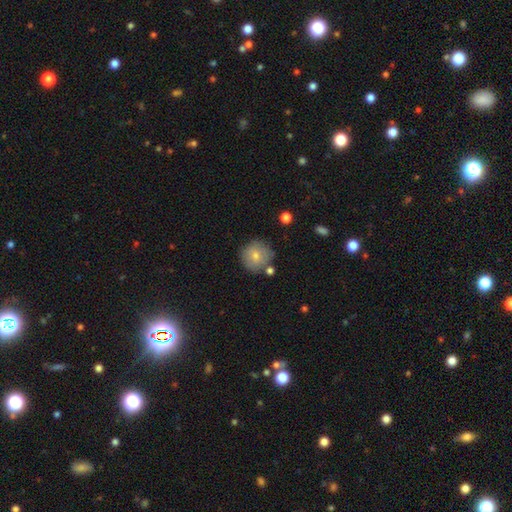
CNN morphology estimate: A smooth galaxy with no disk features (77%) that is round (94%).

Vote fractions:
- Smooth or featured? smooth: 77% / featured or disk: 14% / star or artifact: 8%
- How rounded? round: 94% / in between: 5% / cigar-shaped: 1%
- Merging? none: 76% / minor disturbance: 13% / merger: 8% / major disturbance: 3%